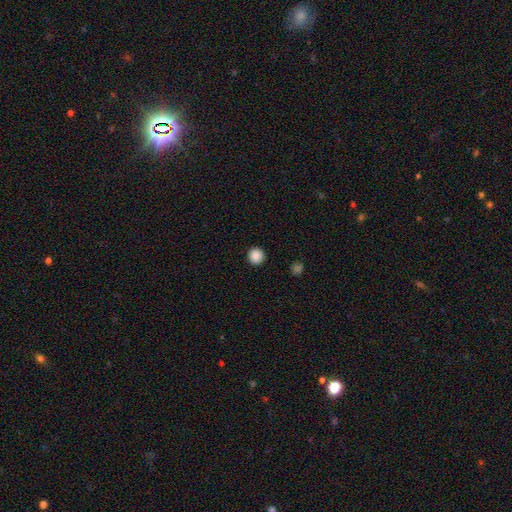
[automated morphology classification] Q: Smooth or featured?
A: smooth (88%); runner-up: star or artifact (9%)
Q: How rounded?
A: round (96%); runner-up: in between (3%)
Q: Merging?
A: none (93%); runner-up: minor disturbance (4%)